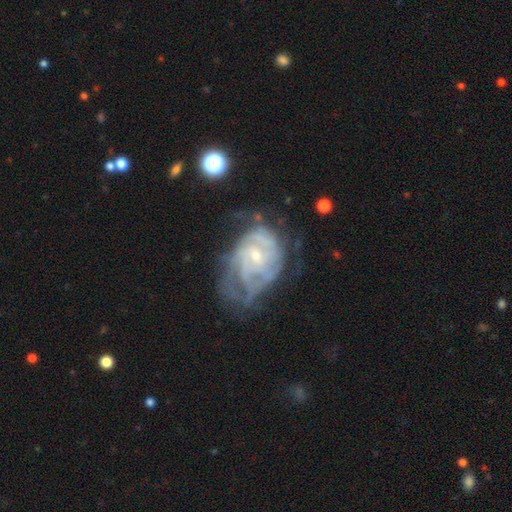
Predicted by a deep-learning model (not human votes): Overall: featured or disk (83%). Edge-on disk: no (97%). Bar: no (55%; weak 38%). Spiral arms: yes (87%). Spiral arm count: can't tell (45%; 2 23%). Spiral winding: tight (57%; medium 34%). Bulge size: small (64%; moderate 30%). Merging: none (40%; major disturbance 29%).